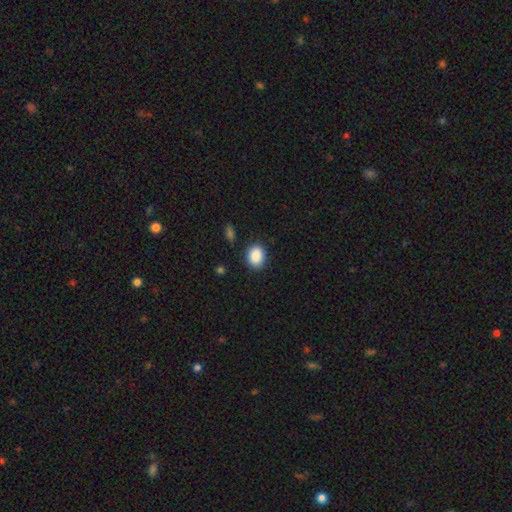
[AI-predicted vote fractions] smooth-or-featured: smooth: 89% | star or artifact: 8% | featured or disk: 3%
  how-rounded: in between: 56% | round: 43% | cigar-shaped: 1%
  merging: none: 85% | minor disturbance: 10% | major disturbance: 3% | merger: 2%